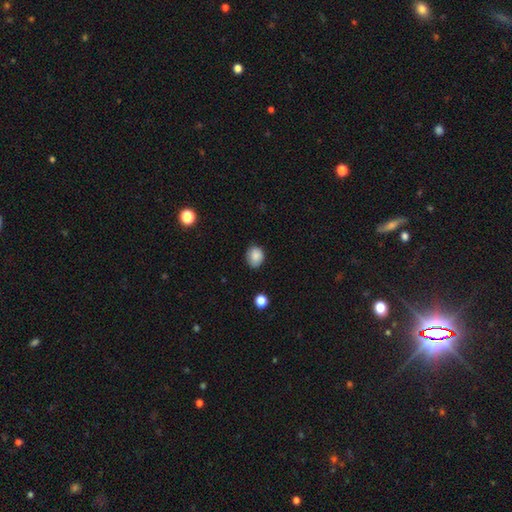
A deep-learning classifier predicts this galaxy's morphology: A smooth galaxy with no disk features (86%) that is round (60%). Merging: none (75%).